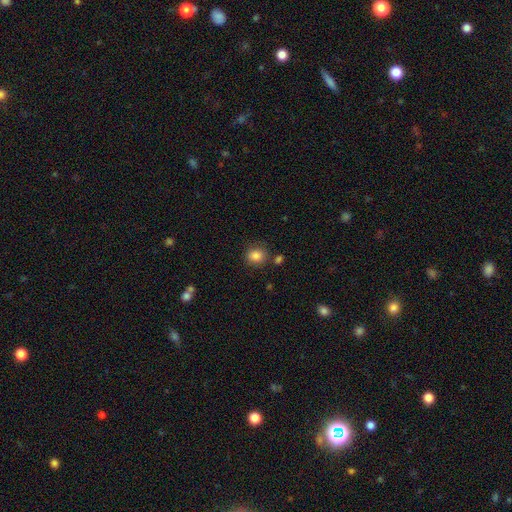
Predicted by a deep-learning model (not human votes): Morphology: type=smooth (84%); roundness=round (72%); merging=none (80%).